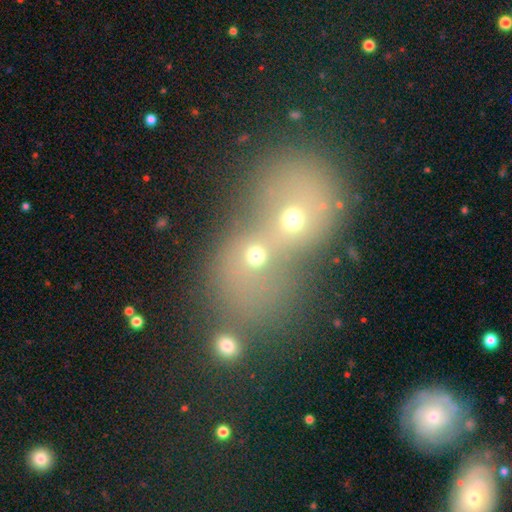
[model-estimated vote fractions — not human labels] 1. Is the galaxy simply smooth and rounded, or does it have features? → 65% smooth, 20% star or artifact, 15% featured or disk.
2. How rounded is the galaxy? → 65% round, 33% in between, 2% cigar-shaped.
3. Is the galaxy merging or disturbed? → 77% merger, 15% none, 4% minor disturbance, 4% major disturbance.